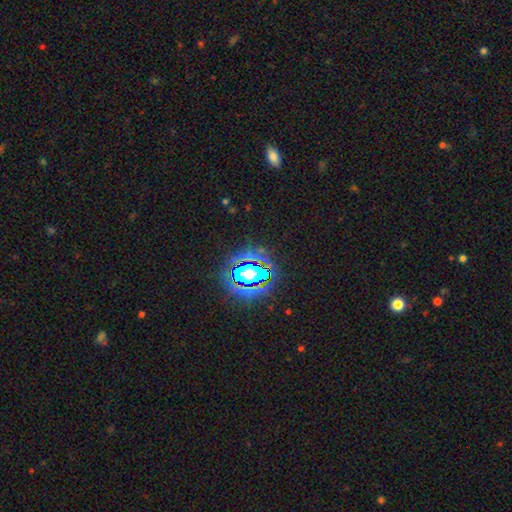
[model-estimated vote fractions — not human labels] Smooth or featured? Predicted: star or artifact (p=0.75).